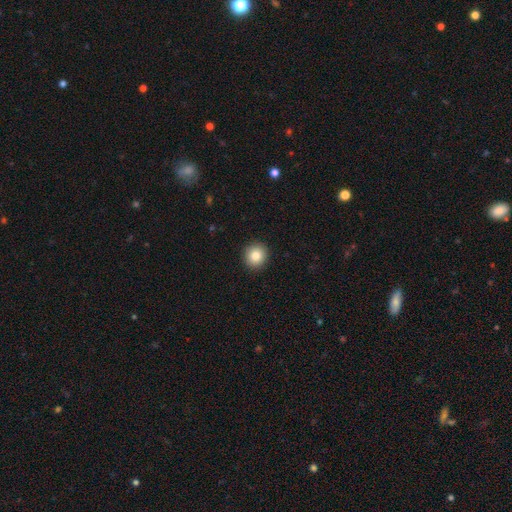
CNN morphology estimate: smooth 83%, star or artifact 10%, featured or disk 8%. Down the decision tree: how rounded — round (91%); merging — none (92%).